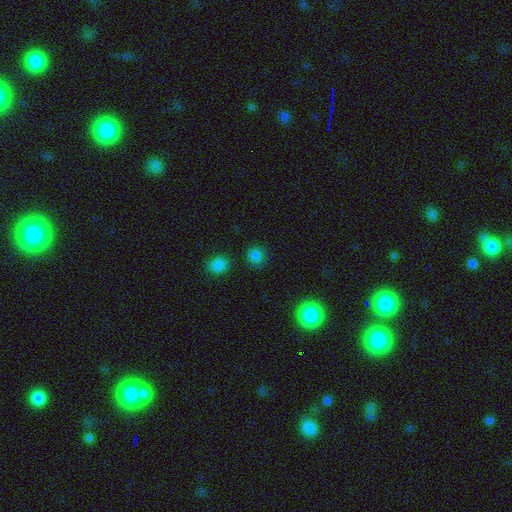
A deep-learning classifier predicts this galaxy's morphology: smooth-or-featured: smooth: 81% | star or artifact: 15% | featured or disk: 4%
  how-rounded: round: 90% | in between: 9% | cigar-shaped: 1%
  merging: none: 85% | minor disturbance: 8% | merger: 4% | major disturbance: 3%